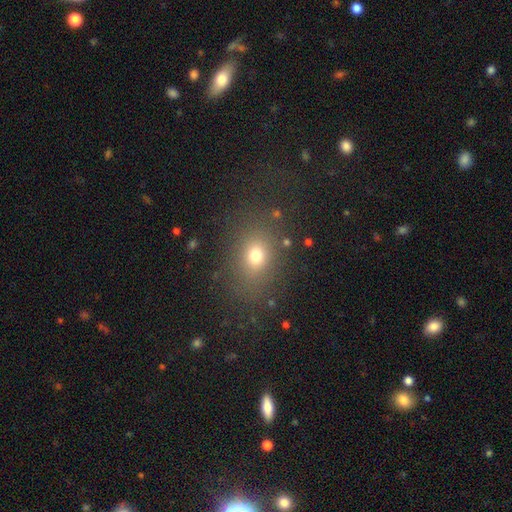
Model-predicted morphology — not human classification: Smooth or featured?
  - smooth: 72% *
  - star or artifact: 18%
  - featured or disk: 10%
How rounded?
  - in between: 53% *
  - round: 45%
  - cigar-shaped: 2%
Merging?
  - none: 81% *
  - minor disturbance: 11%
  - major disturbance: 6%
  - merger: 2%